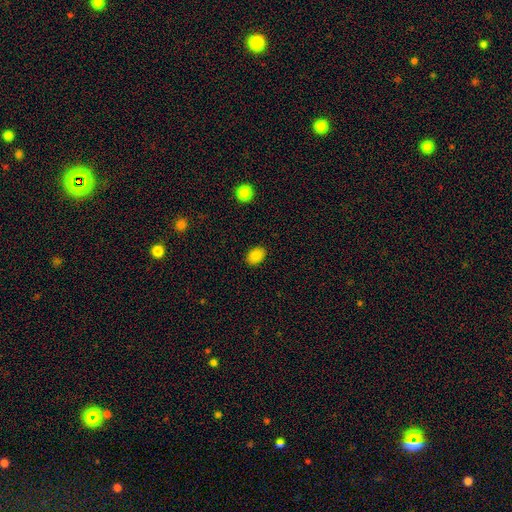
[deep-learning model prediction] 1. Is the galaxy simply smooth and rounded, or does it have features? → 87% smooth, 9% star or artifact, 4% featured or disk.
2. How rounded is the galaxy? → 74% in between, 25% round, 1% cigar-shaped.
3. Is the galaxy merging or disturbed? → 89% none, 8% minor disturbance, 2% major disturbance, 1% merger.